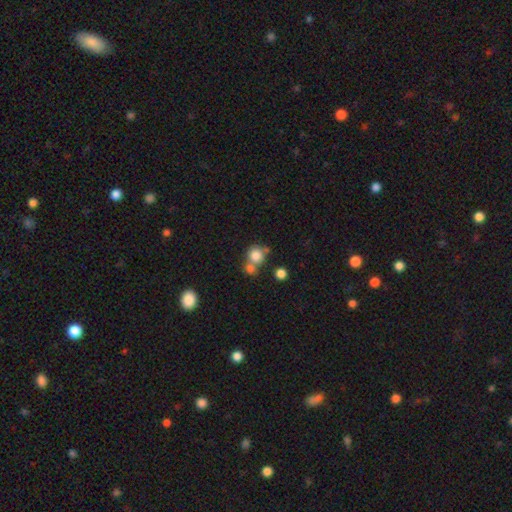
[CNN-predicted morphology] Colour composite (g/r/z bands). It shows a smooth galaxy with no disk features (80%) that is round (86%). Merging: none (47%).